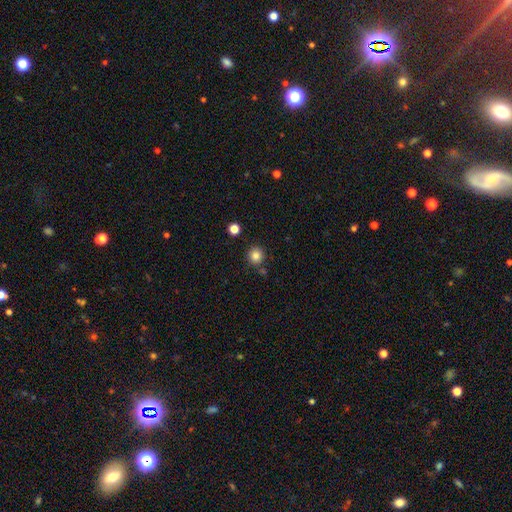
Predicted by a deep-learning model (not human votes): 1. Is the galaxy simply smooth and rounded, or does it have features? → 84% smooth, 11% star or artifact, 5% featured or disk.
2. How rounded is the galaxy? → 93% round, 6% in between, 1% cigar-shaped.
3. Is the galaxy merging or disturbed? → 83% none, 9% minor disturbance, 6% merger, 3% major disturbance.